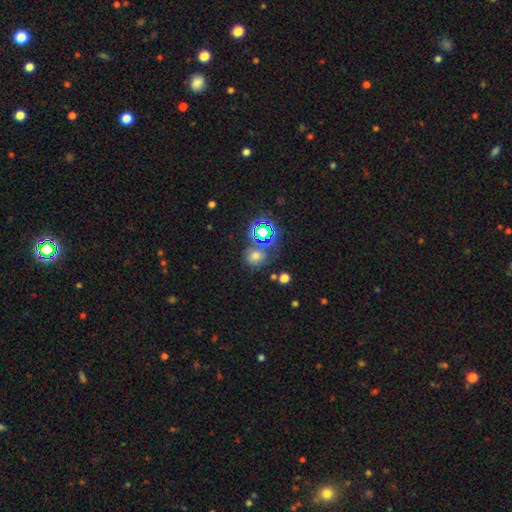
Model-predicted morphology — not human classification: Q: Smooth or featured?
A: smooth (57%); runner-up: star or artifact (34%)
Q: How rounded?
A: round (75%); runner-up: in between (24%)
Q: Merging?
A: none (65%); runner-up: merger (16%)